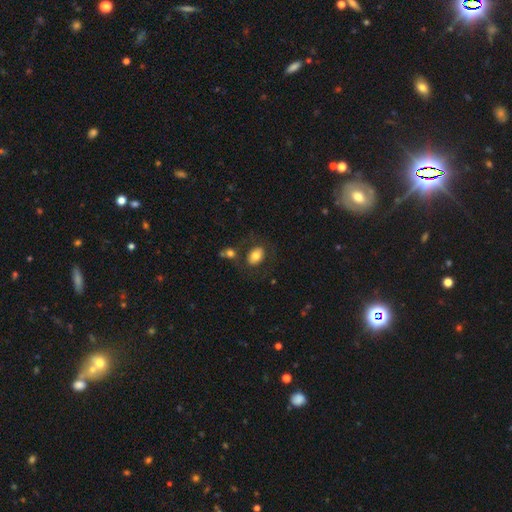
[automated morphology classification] A smooth galaxy with no disk features (74%) that is in between round and cigar-shaped (77%).

Vote fractions:
- Smooth or featured? smooth: 74% / featured or disk: 17% / star or artifact: 8%
- How rounded? in between: 77% / round: 21% / cigar-shaped: 1%
- Merging? none: 72% / minor disturbance: 12% / merger: 9% / major disturbance: 7%